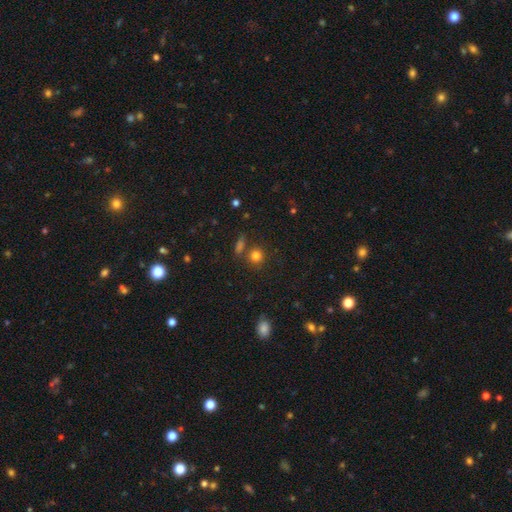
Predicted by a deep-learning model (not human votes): The model was most divided on "merging": none: 72%, merger: 14%, minor disturbance: 10%, major disturbance: 4%. More confident: how rounded — round (85%); smooth or featured — smooth (80%).